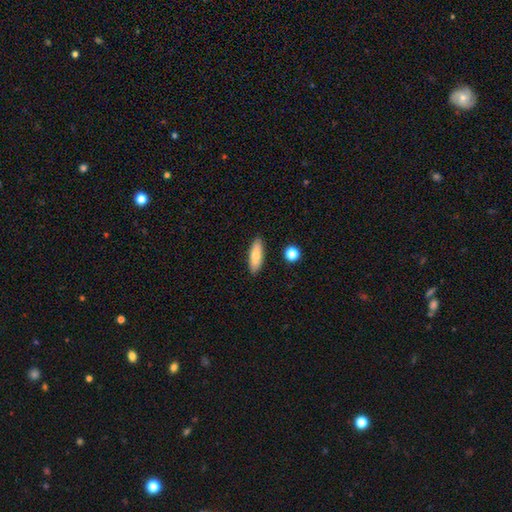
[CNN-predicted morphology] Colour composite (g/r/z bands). It shows a smooth galaxy with no disk features (80%) that is in between round and cigar-shaped (60%). Merging: none (88%).